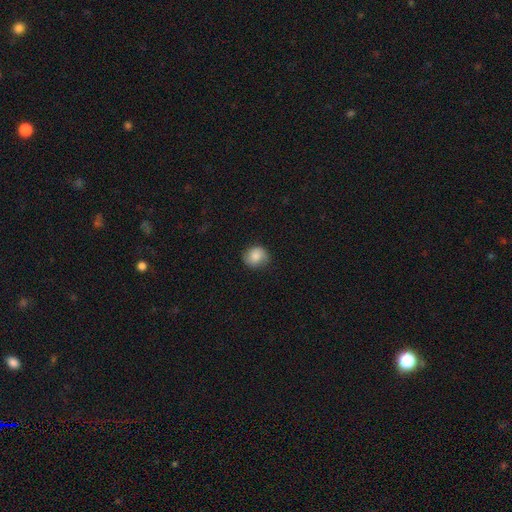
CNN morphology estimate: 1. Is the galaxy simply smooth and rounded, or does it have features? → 78% smooth, 13% featured or disk, 8% star or artifact.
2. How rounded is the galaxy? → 77% round, 22% in between, 1% cigar-shaped.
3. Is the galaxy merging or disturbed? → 76% none, 18% minor disturbance, 4% major disturbance, 1% merger.